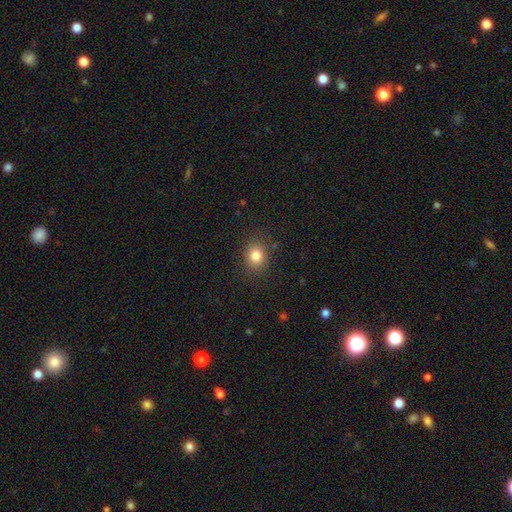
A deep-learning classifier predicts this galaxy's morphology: smooth_or_featured: smooth (p=0.81) [alt: star or artifact p=0.12]
how_rounded: round (p=0.68) [alt: in between p=0.31]
merging: none (p=0.85) [alt: minor disturbance p=0.10]